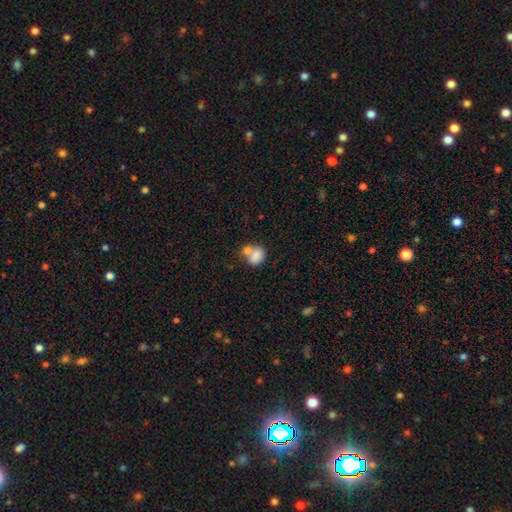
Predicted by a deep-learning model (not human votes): A smooth galaxy with no disk features (80%) that is in between round and cigar-shaped (67%). Merging: merger (54%).